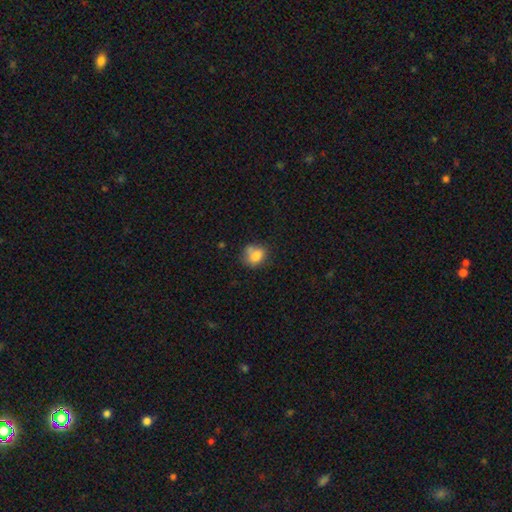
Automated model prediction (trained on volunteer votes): A smooth galaxy with no disk features (78%) that is round (58%).

Vote fractions:
- Smooth or featured? smooth: 78% / featured or disk: 12% / star or artifact: 10%
- How rounded? round: 58% / in between: 40% / cigar-shaped: 1%
- Merging? none: 52% / minor disturbance: 27% / merger: 13% / major disturbance: 9%